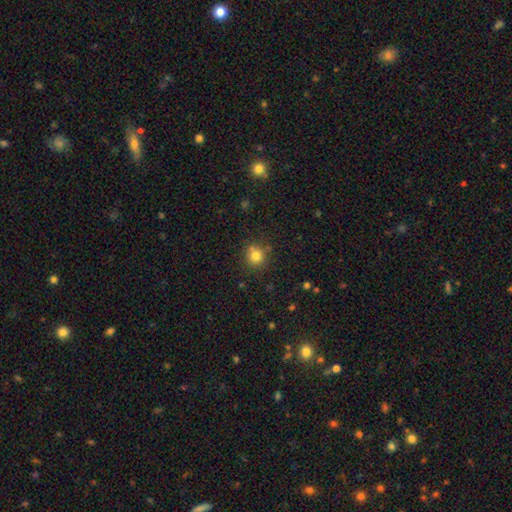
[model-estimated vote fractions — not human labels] smooth 79%, star or artifact 13%, featured or disk 7%. Down the decision tree: how rounded — round (87%); merging — none (77%).